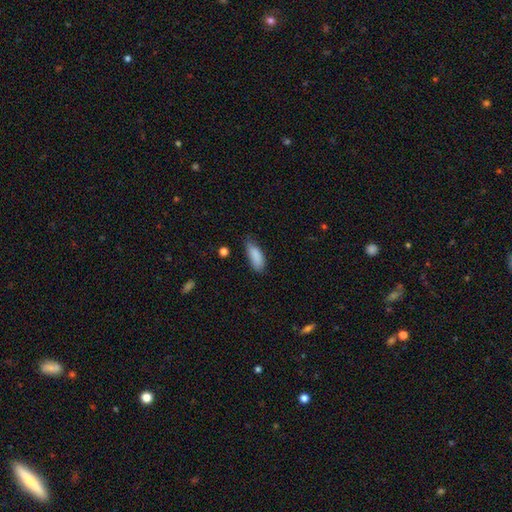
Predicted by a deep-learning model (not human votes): Morphology: type=smooth (88%); roundness=in between (80%); merging=none (61%).